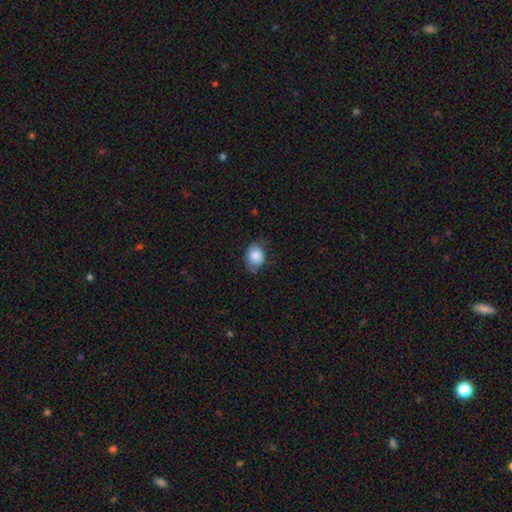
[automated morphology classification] Smooth or featured?
  - smooth: 84% *
  - featured or disk: 9%
  - star or artifact: 7%
How rounded?
  - in between: 63% *
  - round: 36%
  - cigar-shaped: 1%
Merging?
  - none: 61% *
  - minor disturbance: 30%
  - major disturbance: 8%
  - merger: 1%